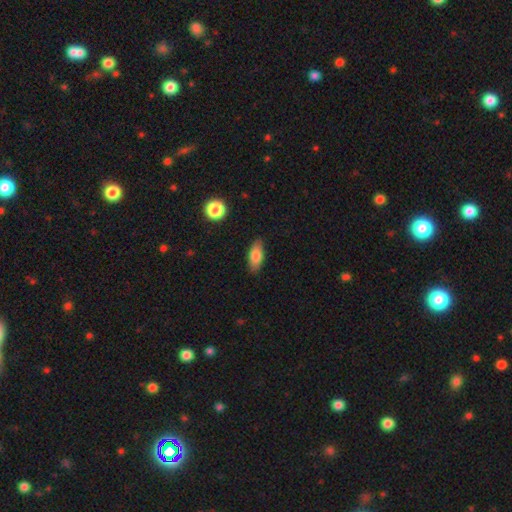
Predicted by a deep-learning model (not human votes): Smooth or featured: smooth — 79% (featured or disk — 13%)
How rounded: in between — 83% (cigar-shaped — 14%)
Merging: none — 83% (minor disturbance — 13%)